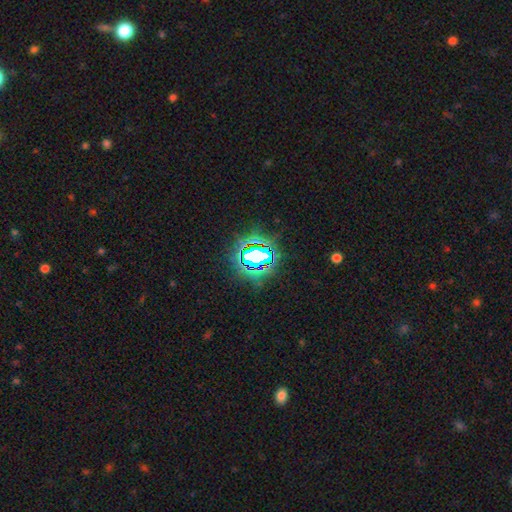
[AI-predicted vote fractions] This is likely a star or artifact rather than a galaxy (71%).